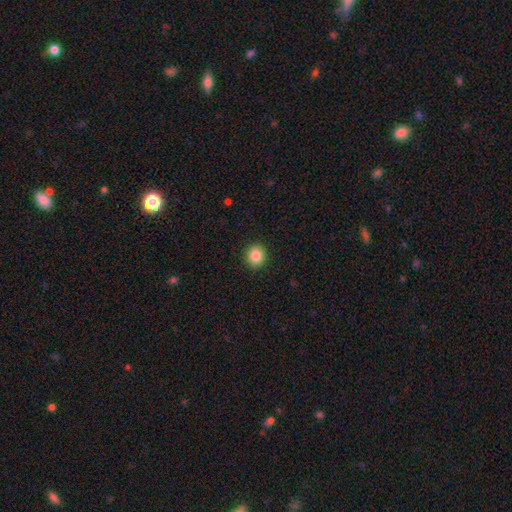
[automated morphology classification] smooth 86%, star or artifact 10%, featured or disk 4%. Down the decision tree: how rounded — round (83%); merging — none (92%).